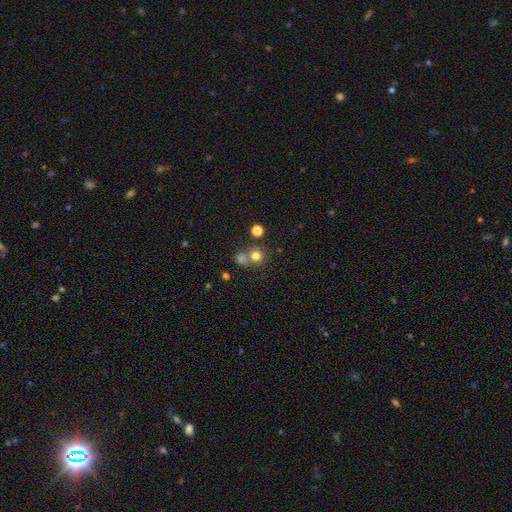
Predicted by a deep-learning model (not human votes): Smooth or featured?
  - smooth: 74% *
  - star or artifact: 17%
  - featured or disk: 9%
How rounded?
  - round: 90% *
  - in between: 9%
  - cigar-shaped: 1%
Merging?
  - none: 58% *
  - merger: 32%
  - minor disturbance: 7%
  - major disturbance: 3%